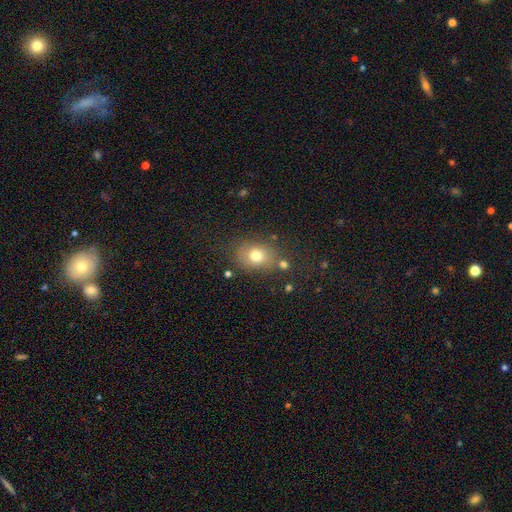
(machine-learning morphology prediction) This appears to be a smooth galaxy with no disk features (74%) that is in between round and cigar-shaped (57%). Merging: none (71%).